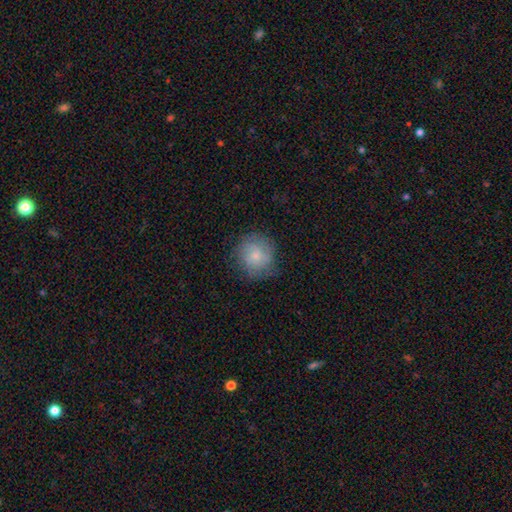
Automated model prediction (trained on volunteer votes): Morphology: type=smooth (65%); roundness=round (91%); merging=none (75%).